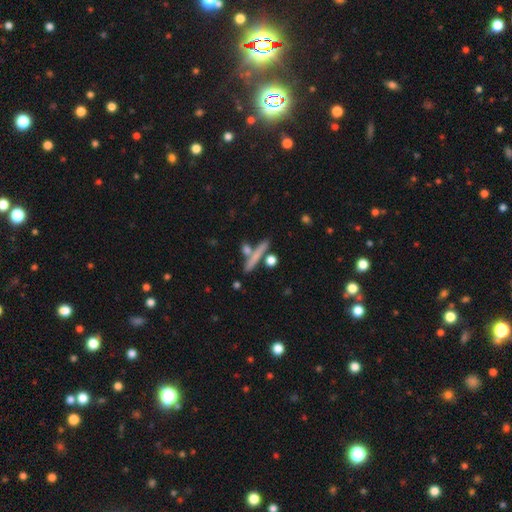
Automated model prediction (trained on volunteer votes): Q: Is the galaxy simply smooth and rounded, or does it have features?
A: smooth — 60%.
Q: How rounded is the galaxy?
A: cigar-shaped — 84%.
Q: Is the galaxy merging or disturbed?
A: none — 71%.